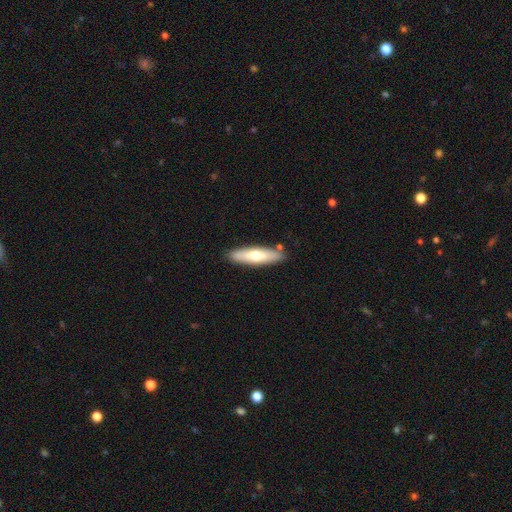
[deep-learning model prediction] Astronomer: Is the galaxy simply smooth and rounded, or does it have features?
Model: smooth — 60%.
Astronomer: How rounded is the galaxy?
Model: cigar-shaped — 69%.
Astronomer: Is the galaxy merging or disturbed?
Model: none — 85%.